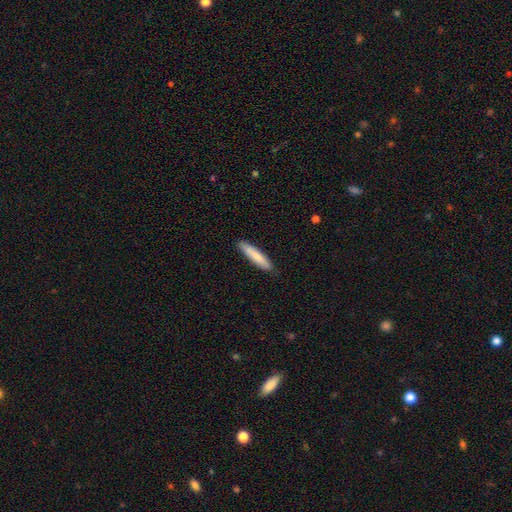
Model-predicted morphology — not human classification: Smooth or featured: smooth — 79% (featured or disk — 16%)
How rounded: cigar-shaped — 88% (in between — 11%)
Merging: none — 88% (minor disturbance — 10%)